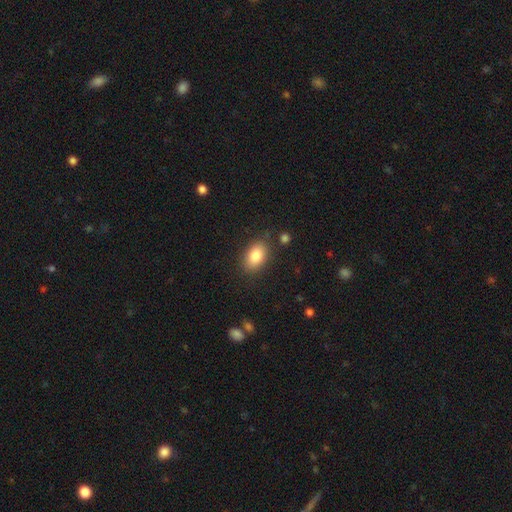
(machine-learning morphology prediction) Smooth or featured?
  - smooth: 85% *
  - featured or disk: 8%
  - star or artifact: 8%
How rounded?
  - in between: 88% *
  - round: 10%
  - cigar-shaped: 2%
Merging?
  - none: 82% *
  - minor disturbance: 12%
  - major disturbance: 3%
  - merger: 3%